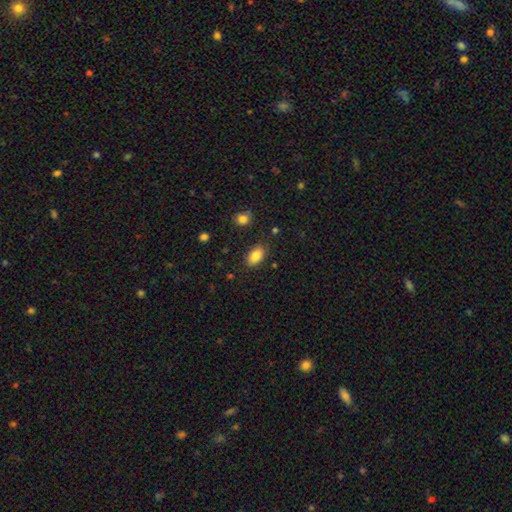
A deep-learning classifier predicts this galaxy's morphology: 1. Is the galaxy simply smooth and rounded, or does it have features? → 85% smooth, 8% star or artifact, 7% featured or disk.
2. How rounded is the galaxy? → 92% in between, 6% round, 3% cigar-shaped.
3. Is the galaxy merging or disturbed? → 83% none, 12% minor disturbance, 3% major disturbance, 2% merger.